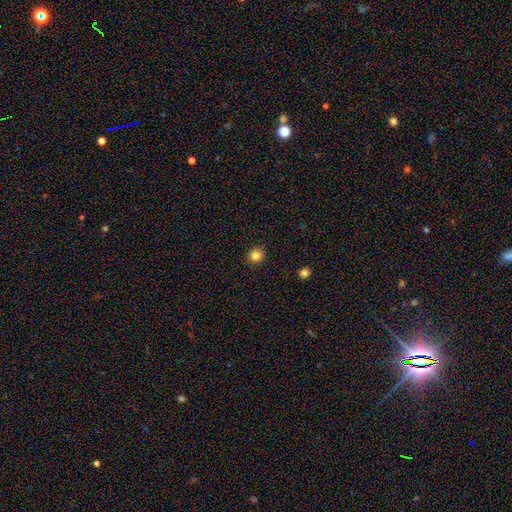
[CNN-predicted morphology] Overall: smooth (82%). How rounded: round (84%). Merging: none (92%).